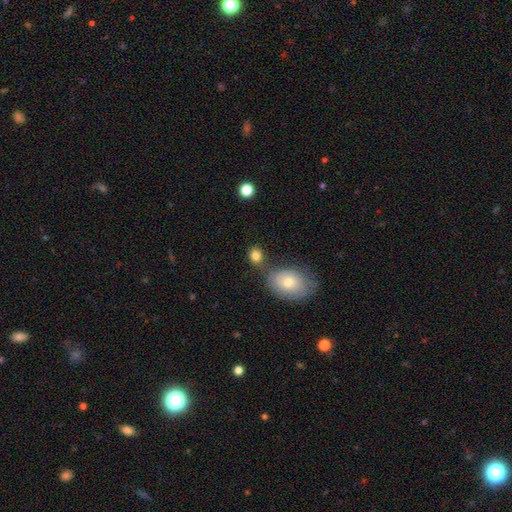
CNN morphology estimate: Smooth or featured: smooth — 83% (star or artifact — 9%)
How rounded: round — 54% (in between — 45%)
Merging: none — 60% (merger — 22%)